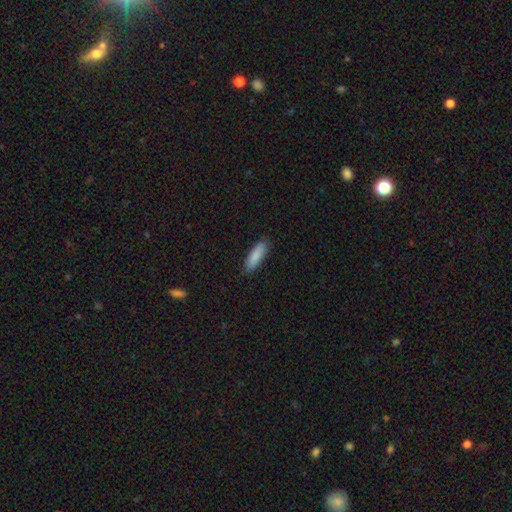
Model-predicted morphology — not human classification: Smooth or featured? Predicted: smooth (p=0.88). How rounded? Predicted: cigar-shaped (p=0.54). Merging? Predicted: none (p=0.87).